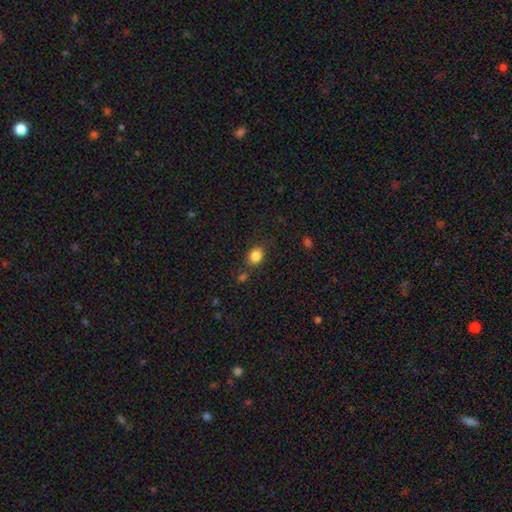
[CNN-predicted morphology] A smooth galaxy with no disk features (85%) that is in between round and cigar-shaped (55%).

Vote fractions:
- Smooth or featured? smooth: 85% / star or artifact: 10% / featured or disk: 5%
- How rounded? in between: 55% / round: 44% / cigar-shaped: 1%
- Merging? none: 77% / minor disturbance: 13% / merger: 6% / major disturbance: 4%